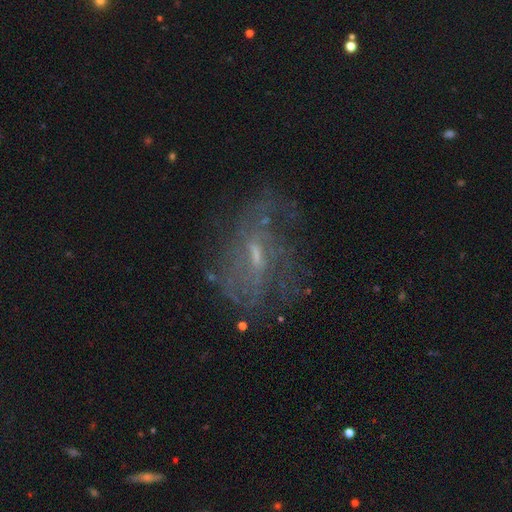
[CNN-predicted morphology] The model was most divided on "bulge size": small: 52%, moderate: 31%, none: 14%, large: 2%, dominant: 1%. More confident: edge-on disk — no (93%); smooth or featured — featured or disk (73%); spiral arms — yes (67%); merging — none (56%); bar — weak (55%).